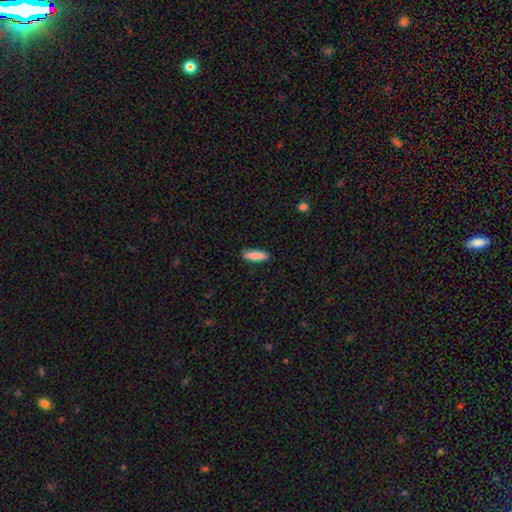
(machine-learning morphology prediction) Overall: smooth (86%). How rounded: cigar-shaped (63%; in between 36%). Merging: none (86%).